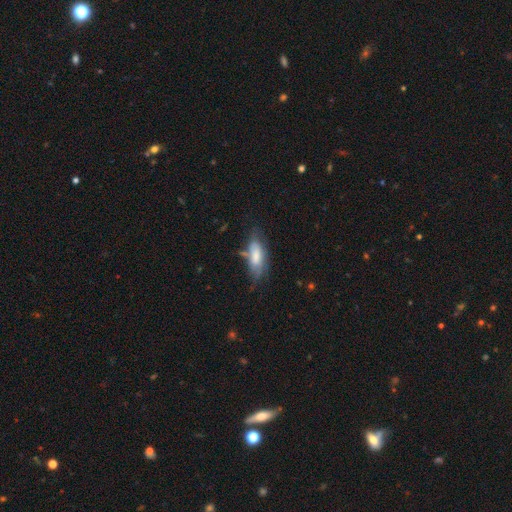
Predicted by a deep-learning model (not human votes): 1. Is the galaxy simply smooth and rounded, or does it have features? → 61% smooth, 32% featured or disk, 7% star or artifact.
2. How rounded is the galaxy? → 78% in between, 20% cigar-shaped, 2% round.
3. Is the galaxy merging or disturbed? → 48% none, 31% minor disturbance, 15% major disturbance, 6% merger.